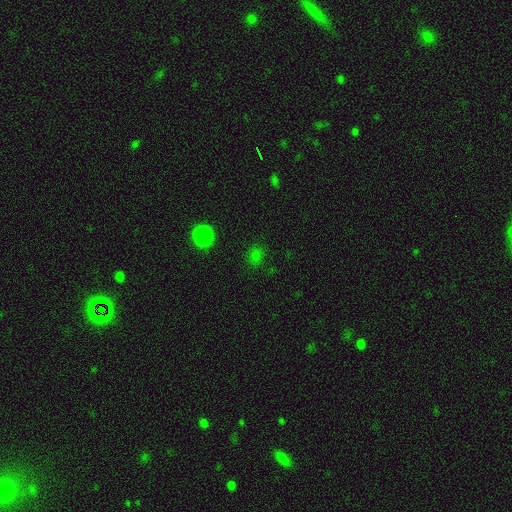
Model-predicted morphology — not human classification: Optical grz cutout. It shows a smooth galaxy with no disk features (67%) that is round (75%). Merging: none (85%).